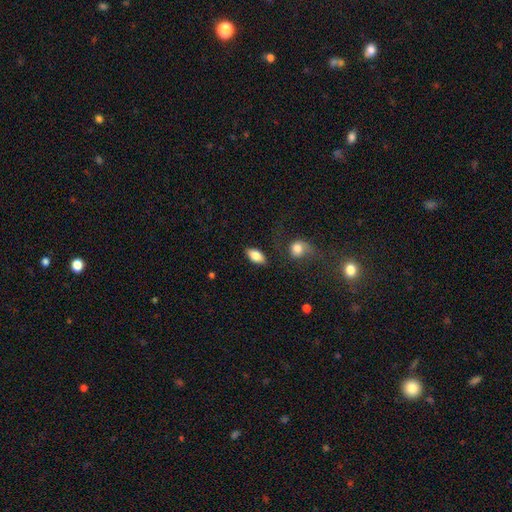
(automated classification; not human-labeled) Smooth or featured? smooth (79%)
How rounded? in between (90%)
Merging? none (77%)